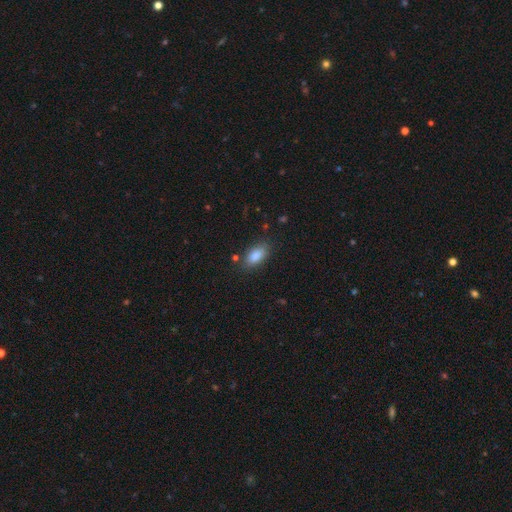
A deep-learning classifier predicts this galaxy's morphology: smooth 86%, star or artifact 8%, featured or disk 7%. Down the decision tree: how rounded — in between (88%); merging — none (81%).